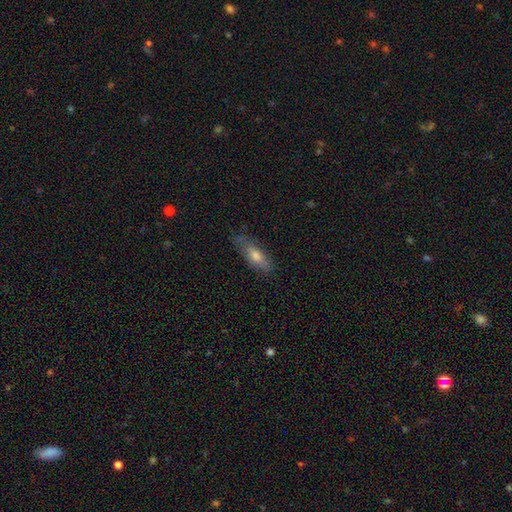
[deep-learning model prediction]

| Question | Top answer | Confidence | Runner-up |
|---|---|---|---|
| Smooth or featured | smooth | 66% | featured or disk (27%) |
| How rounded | in between | 53% | cigar-shaped (44%) |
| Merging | none | 72% | minor disturbance (22%) |